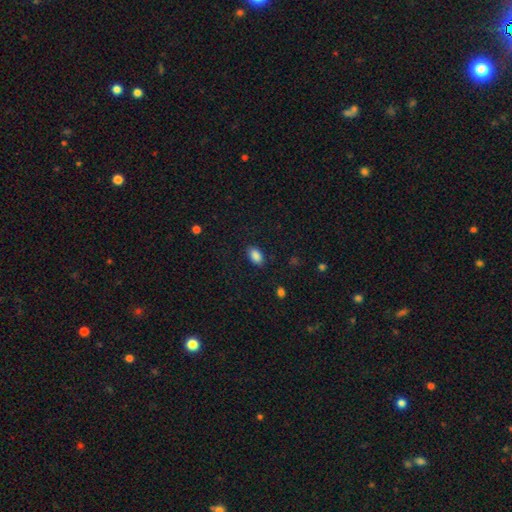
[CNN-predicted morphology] smooth_or_featured: smooth (p=0.88) [alt: star or artifact p=0.08]
how_rounded: in between (p=0.90) [alt: round p=0.08]
merging: none (p=0.86) [alt: minor disturbance p=0.10]